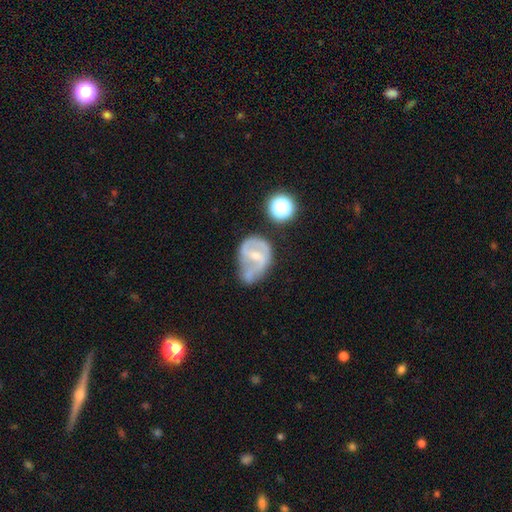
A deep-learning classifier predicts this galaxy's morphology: A featured or disk galaxy (68%) with a weak bar (49%), spiral arms (73%) and a small central bulge (54%).

Vote fractions:
- Smooth or featured? featured or disk: 68% / smooth: 23% / star or artifact: 9%
- Edge-on disk? no: 97% / yes: 3%
- Bar? weak: 49% / strong: 26% / no: 26%
- Spiral arms? yes: 73% / no: 27%
- Bulge size? small: 54% / moderate: 38% / none: 5% / large: 2% / dominant: 1%
- Merging? minor disturbance: 33% / none: 31% / major disturbance: 25% / merger: 10%